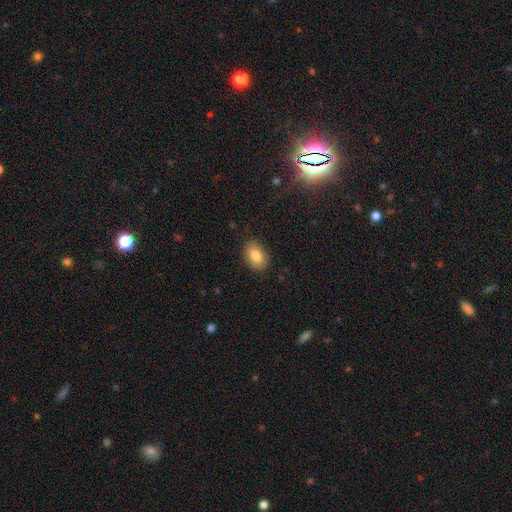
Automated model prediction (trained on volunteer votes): This is clearly a smooth galaxy (82%). How rounded: clearly in between (82%). Merging: clearly none (86%).